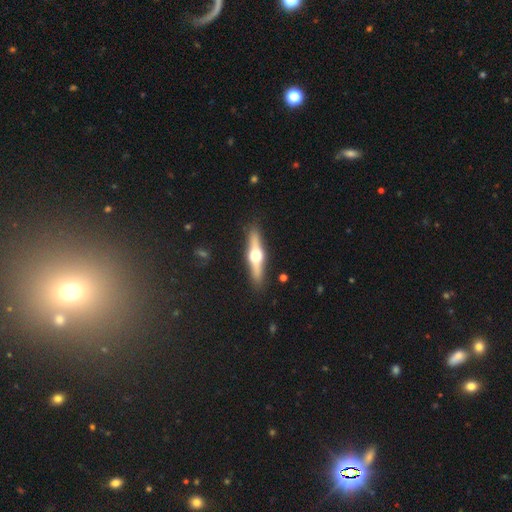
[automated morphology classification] This is likely a featured or disk galaxy (70%). It is clearly viewed edge-on (96%). Edge-on bulge: clearly rounded (96%). Merging: clearly none (89%).